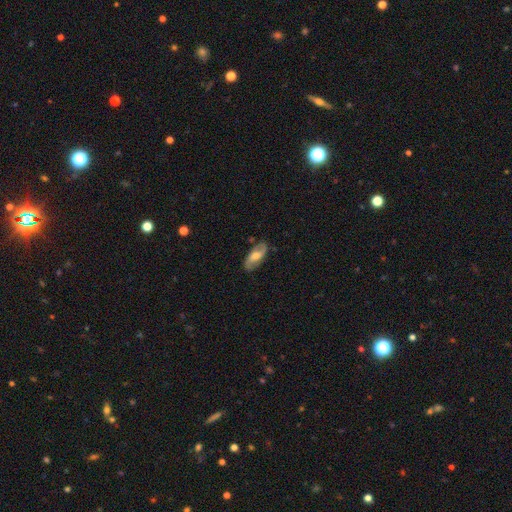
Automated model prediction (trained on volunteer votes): Q: Smooth or featured?
A: featured or disk (66%); runner-up: smooth (28%)
Q: Edge-on disk?
A: no (91%); runner-up: yes (9%)
Q: Bar?
A: weak (43%); runner-up: no (38%)
Q: Spiral arms?
A: yes (89%); runner-up: no (11%)
Q: Spiral winding?
A: medium (40%); tied with: loose (40%)
Q: Spiral arm count?
A: 2 (89%); runner-up: can't tell (6%)
Q: Bulge size?
A: moderate (61%); runner-up: small (25%)
Q: Merging?
A: none (82%); runner-up: minor disturbance (13%)